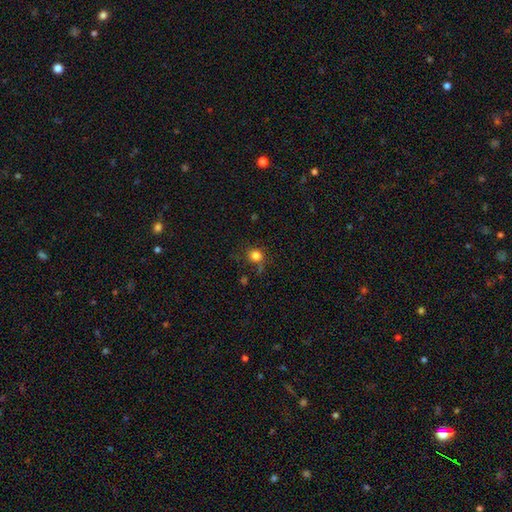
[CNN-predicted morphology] smooth-or-featured: smooth: 81% | star or artifact: 13% | featured or disk: 6%
  how-rounded: round: 88% | in between: 11% | cigar-shaped: 1%
  merging: none: 73% | minor disturbance: 15% | major disturbance: 6% | merger: 6%